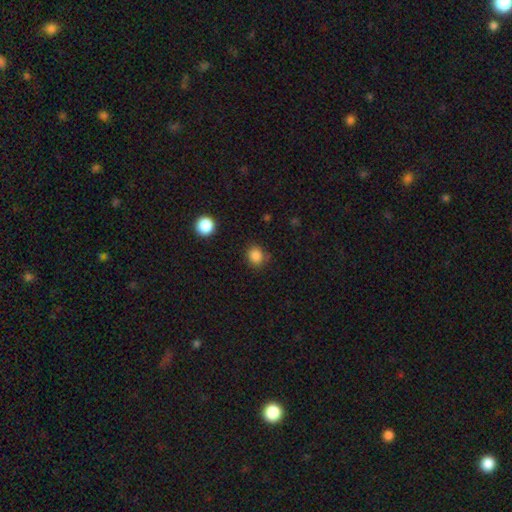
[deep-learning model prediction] A smooth galaxy with no disk features (85%) that is round (75%).

Vote fractions:
- Smooth or featured? smooth: 85% / star or artifact: 11% / featured or disk: 4%
- How rounded? round: 75% / in between: 24% / cigar-shaped: 1%
- Merging? none: 81% / minor disturbance: 13% / major disturbance: 3% / merger: 3%